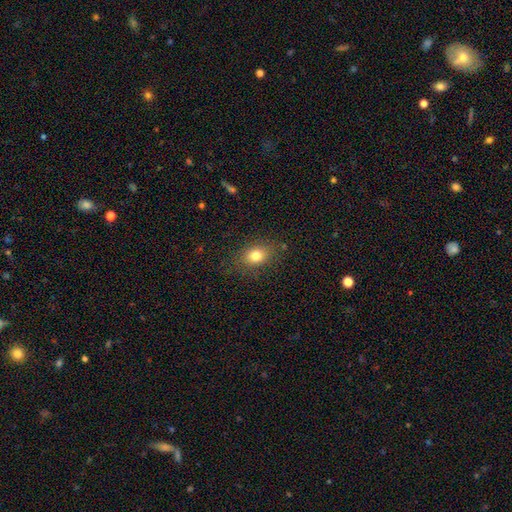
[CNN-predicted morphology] The model was most divided on "how rounded": in between: 61%, round: 37%, cigar-shaped: 2%. More confident: merging — none (81%); smooth or featured — smooth (79%).